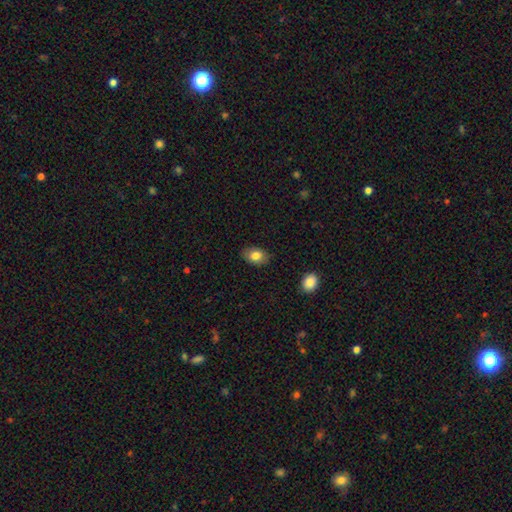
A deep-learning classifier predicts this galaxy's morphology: Smooth or featured: smooth — 82% (featured or disk — 10%)
How rounded: in between — 81% (round — 18%)
Merging: none — 84% (minor disturbance — 12%)